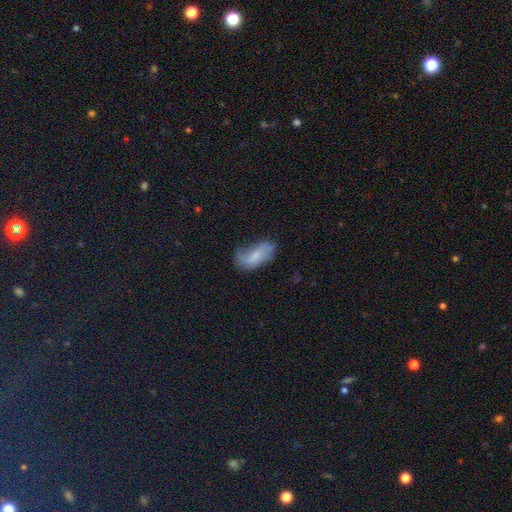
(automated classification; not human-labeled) Smooth or featured? featured or disk (52%)
Edge-on disk? no (94%)
Merging? none (44%)